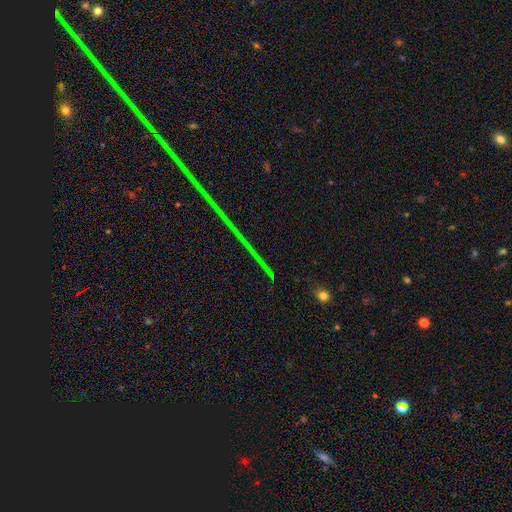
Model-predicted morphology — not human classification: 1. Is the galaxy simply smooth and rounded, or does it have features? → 87% star or artifact, 7% featured or disk, 6% smooth.